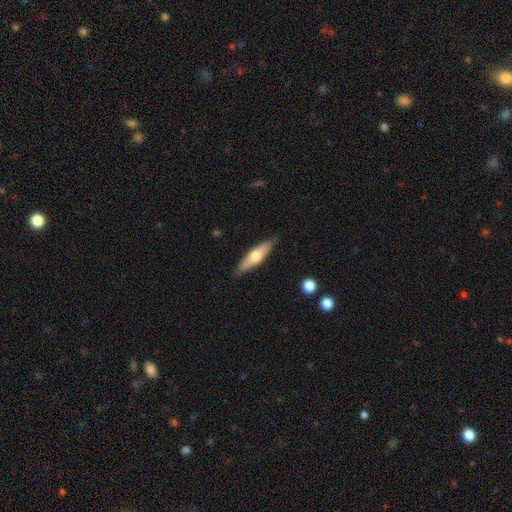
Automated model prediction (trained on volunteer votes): A smooth galaxy with no disk features (50%). Merging: none (87%).